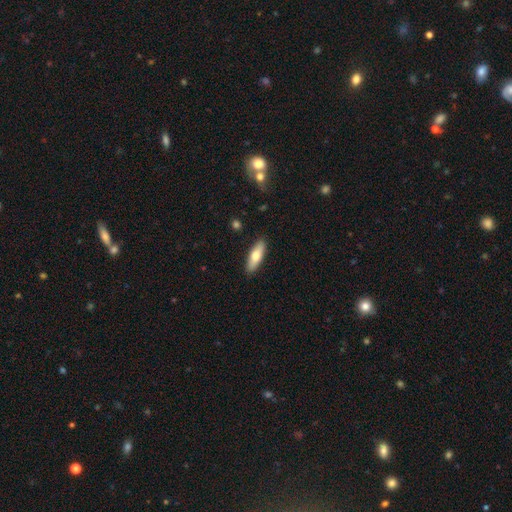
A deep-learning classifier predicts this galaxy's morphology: Overall: smooth (70%). How rounded: in between (53%; cigar-shaped 45%). Merging: none (90%).